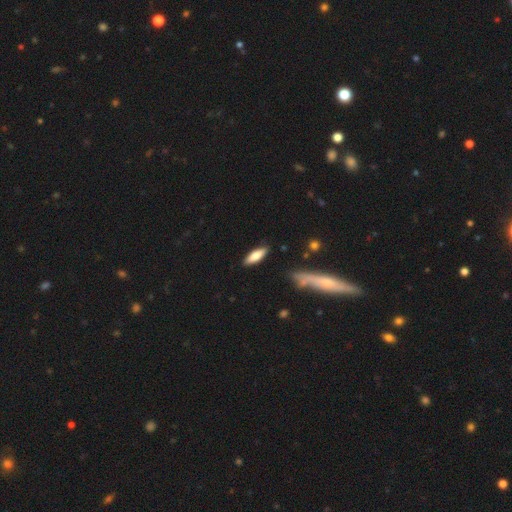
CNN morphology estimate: type=smooth (76%); roundness=in between (53%); merging=none (86%).